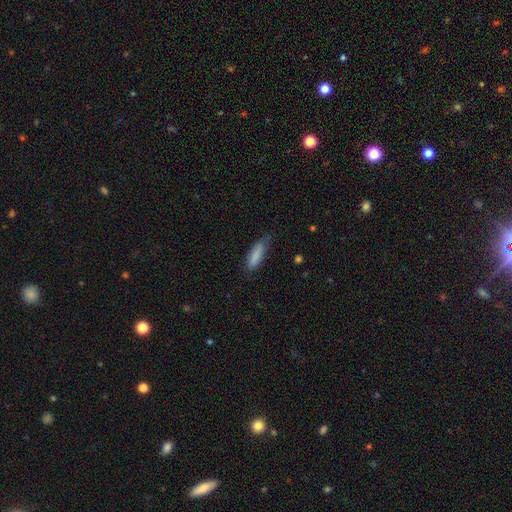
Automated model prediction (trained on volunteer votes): smooth 87%, featured or disk 7%, star or artifact 6%. Down the decision tree: how rounded — cigar-shaped (57%); merging — none (65%).